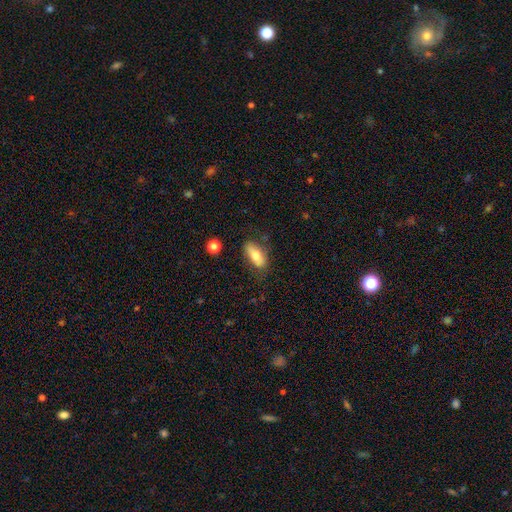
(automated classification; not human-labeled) Overall: smooth (70%). How rounded: in between (81%). Merging: none (71%).